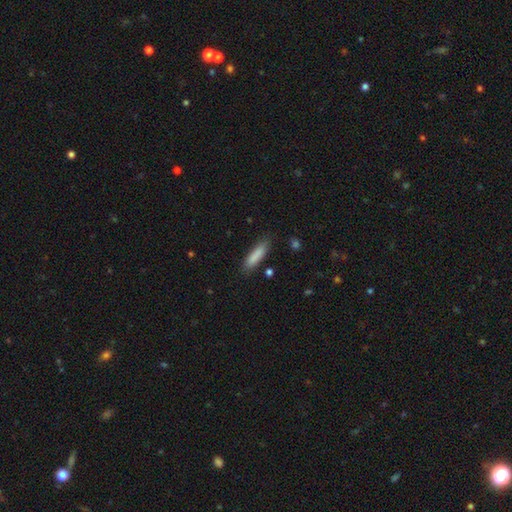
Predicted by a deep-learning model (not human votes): smooth-or-featured: smooth: 85% | featured or disk: 8% | star or artifact: 6%
  how-rounded: cigar-shaped: 72% | in between: 26% | round: 1%
  merging: none: 82% | minor disturbance: 13% | major disturbance: 3% | merger: 2%